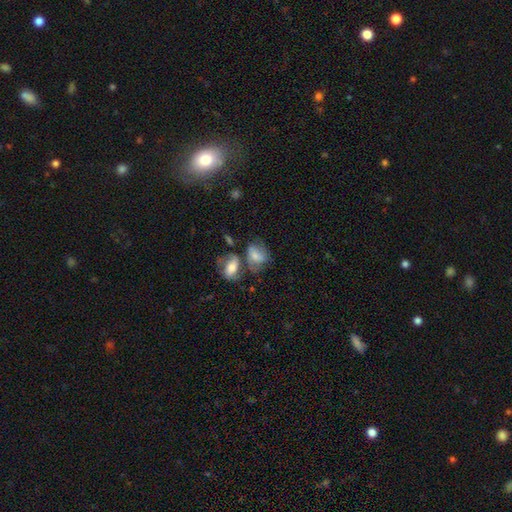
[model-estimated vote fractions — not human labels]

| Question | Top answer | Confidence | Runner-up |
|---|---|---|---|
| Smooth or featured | smooth | 55% | featured or disk (36%) |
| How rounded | in between | 67% | round (31%) |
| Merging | merger | 35% | tied: none (35%) |